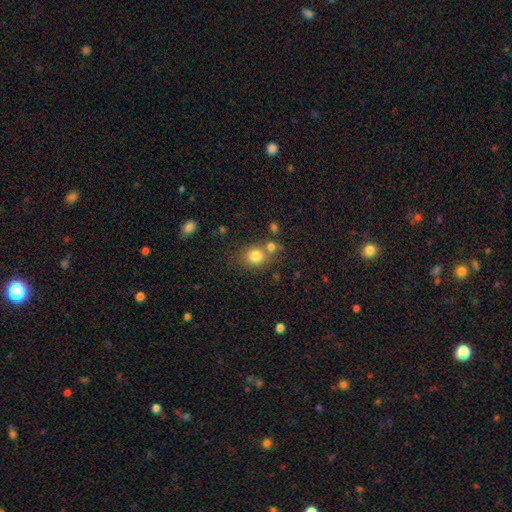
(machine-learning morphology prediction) This appears to be a smooth galaxy with no disk features (80%) that is round (67%). Merging: none (58%).